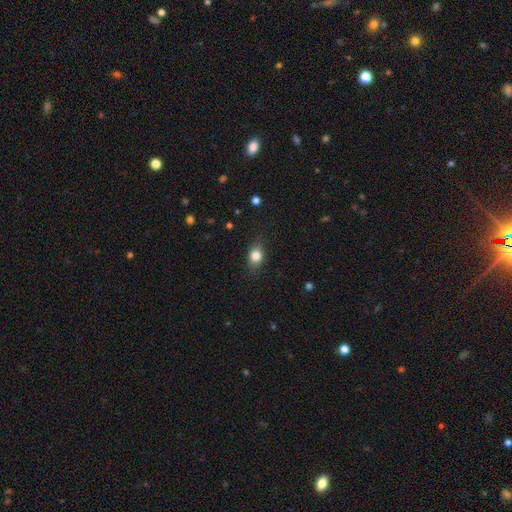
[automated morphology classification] Overall: smooth (81%). How rounded: in between (65%; round 32%). Merging: none (80%).